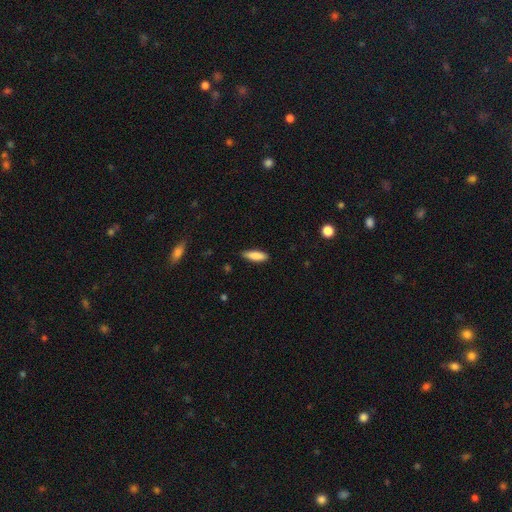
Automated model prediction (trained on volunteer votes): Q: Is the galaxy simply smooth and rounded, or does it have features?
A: smooth — 85%.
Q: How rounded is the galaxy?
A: in between — 49%, tied with cigar-shaped.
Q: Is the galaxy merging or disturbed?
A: none — 84%.